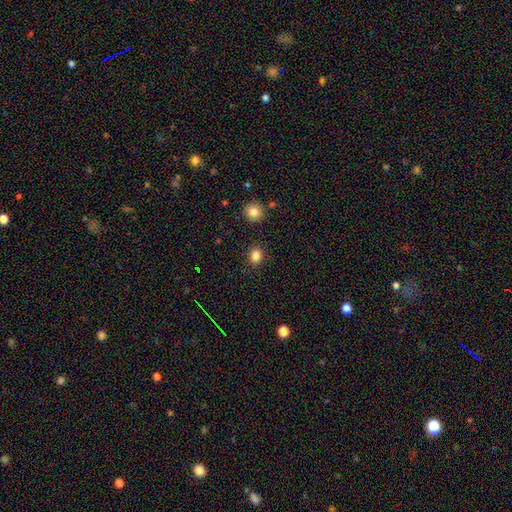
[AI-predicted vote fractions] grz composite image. It shows a smooth galaxy with no disk features (84%) that is round (56%). Merging: none (88%).